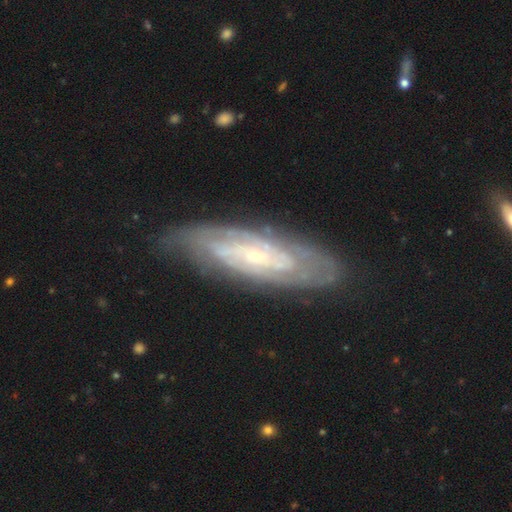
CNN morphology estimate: smooth-or-featured: featured or disk: 81% | smooth: 13% | star or artifact: 6%
  disk-edge-on: no: 84% | yes: 16%
    bar: no: 55% | weak: 34% | strong: 11%
    has-spiral-arms: yes: 92% | no: 8%
      spiral-winding: tight: 70% | medium: 24% | loose: 6%
      spiral-arm-count: can't tell: 48% | 2: 25% | 3: 11% | 4: 7% | more than 4: 5% | 1: 4%
    bulge-size: small: 72% | moderate: 20% | none: 5% | large: 2% | dominant: 1%
  merging: none: 78% | minor disturbance: 16% | major disturbance: 4% | merger: 2%